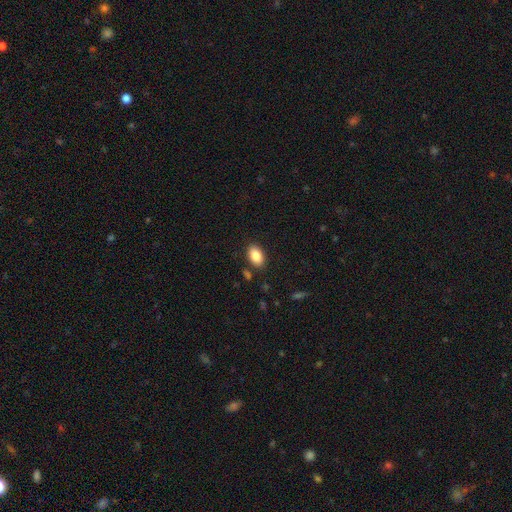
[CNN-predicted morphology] type=smooth (86%); roundness=in between (91%); merging=none (85%).